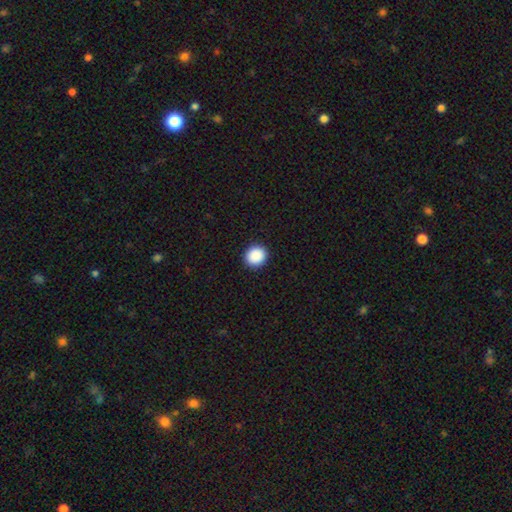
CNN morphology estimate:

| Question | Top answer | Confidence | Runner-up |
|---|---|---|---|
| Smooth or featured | smooth | 90% | star or artifact (8%) |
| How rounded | round | 85% | in between (14%) |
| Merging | none | 92% | minor disturbance (5%) |